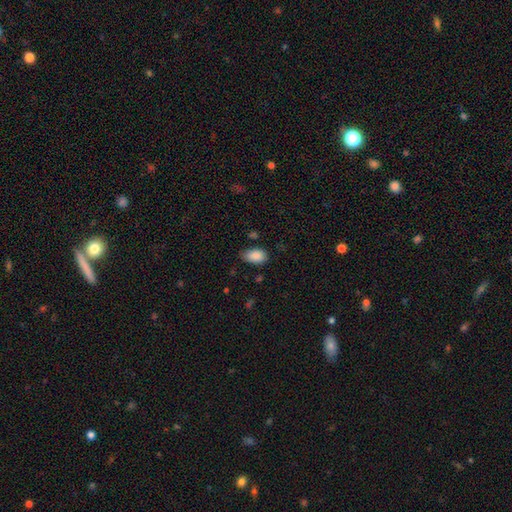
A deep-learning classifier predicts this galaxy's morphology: Smooth or featured: smooth — 88% (star or artifact — 7%)
How rounded: in between — 90% (round — 8%)
Merging: none — 60% (minor disturbance — 32%)